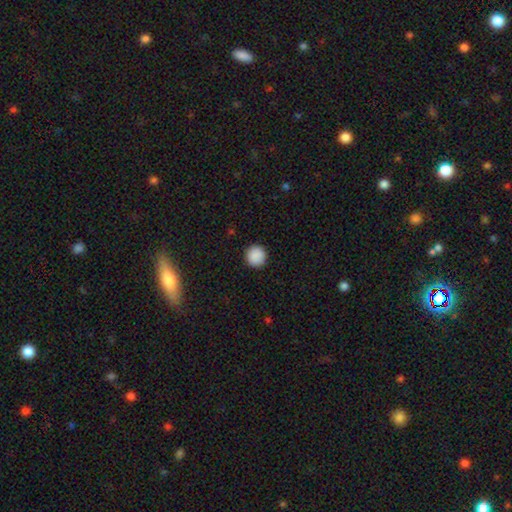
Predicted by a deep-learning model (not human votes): Smooth or featured? Predicted: smooth (p=0.89). How rounded? Predicted: round (p=0.95). Merging? Predicted: none (p=0.92).